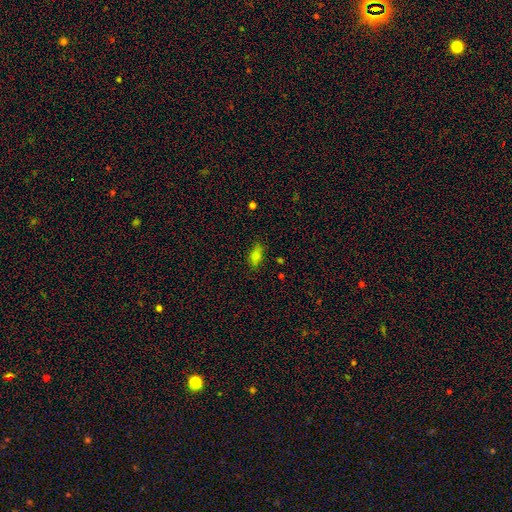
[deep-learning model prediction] This appears to be a smooth galaxy with no disk features (75%) that is in between round and cigar-shaped (83%). Merging: none (79%).